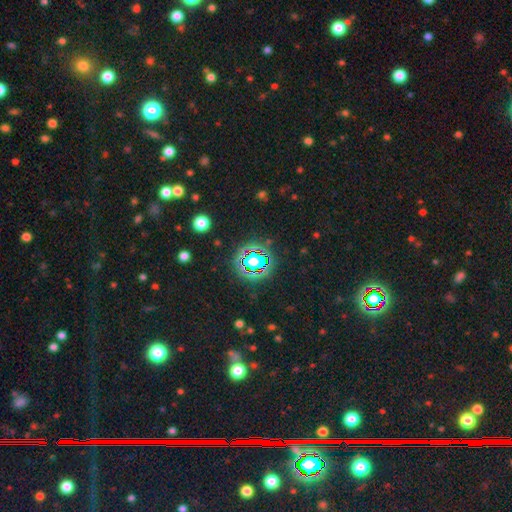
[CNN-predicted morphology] star or artifact 77%, smooth 15%, featured or disk 8%.